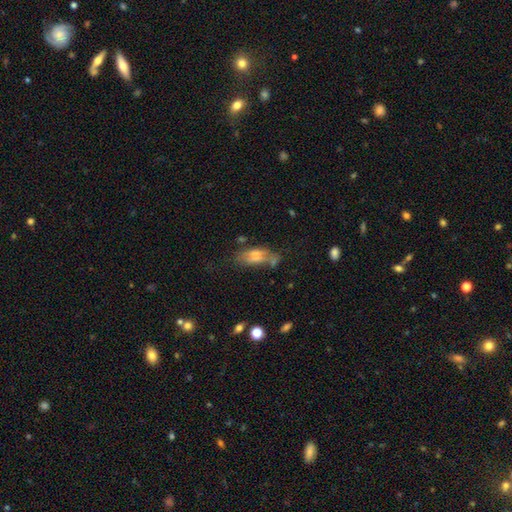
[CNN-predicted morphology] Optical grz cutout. It shows a smooth galaxy with no disk features (60%) that is in between round and cigar-shaped (79%). Merging: none (36%).